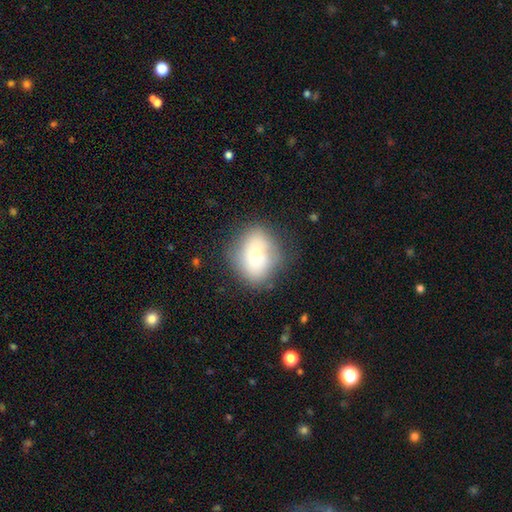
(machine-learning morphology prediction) The model was most divided on "how rounded": round: 64%, in between: 35%, cigar-shaped: 1%. More confident: merging — none (69%); smooth or featured — smooth (64%).